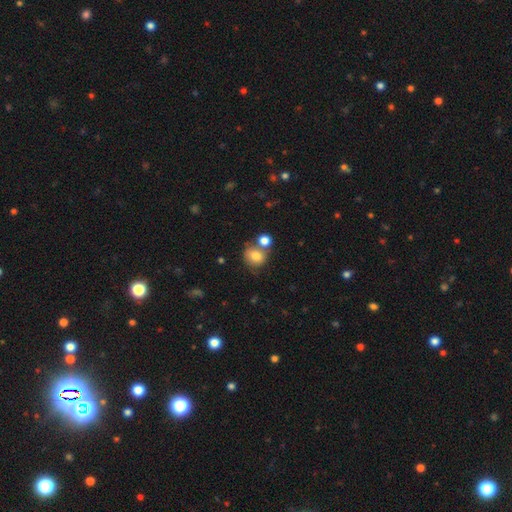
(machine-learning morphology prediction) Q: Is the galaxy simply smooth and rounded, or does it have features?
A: smooth — 78%.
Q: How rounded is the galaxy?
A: round — 68%.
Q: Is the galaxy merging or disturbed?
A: none — 50%.